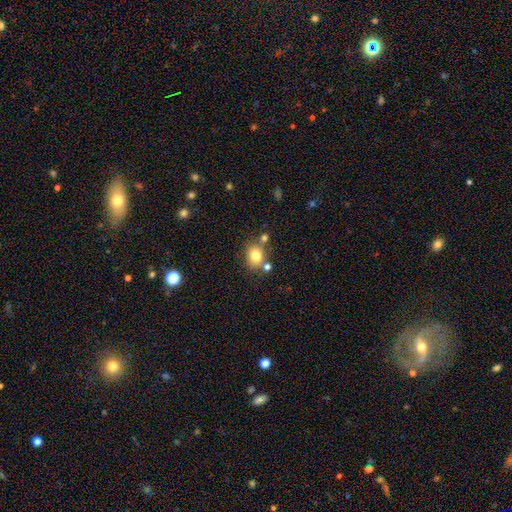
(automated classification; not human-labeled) A smooth galaxy with no disk features (78%) that is round (59%).

Vote fractions:
- Smooth or featured? smooth: 78% / star or artifact: 12% / featured or disk: 10%
- How rounded? round: 59% / in between: 40% / cigar-shaped: 1%
- Merging? none: 67% / merger: 16% / minor disturbance: 13% / major disturbance: 4%